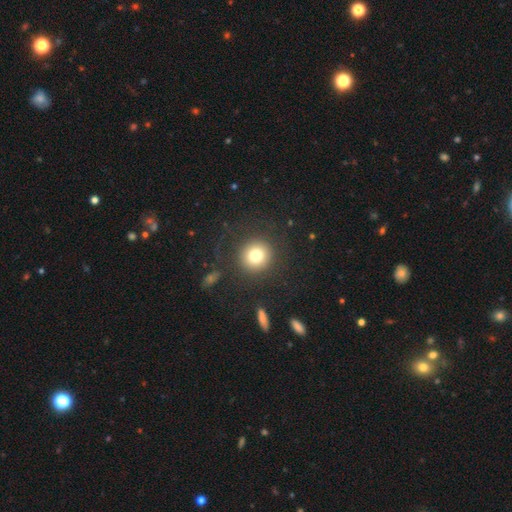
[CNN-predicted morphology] Overall: smooth (78%). How rounded: round (93%). Merging: none (85%).